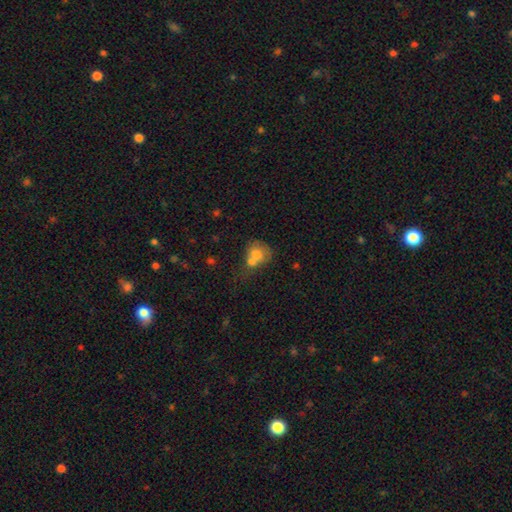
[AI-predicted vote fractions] Smooth or featured?
  - smooth: 68% *
  - featured or disk: 23%
  - star or artifact: 9%
How rounded?
  - round: 63% *
  - in between: 36%
  - cigar-shaped: 1%
Merging?
  - merger: 60% *
  - none: 21%
  - minor disturbance: 11%
  - major disturbance: 8%